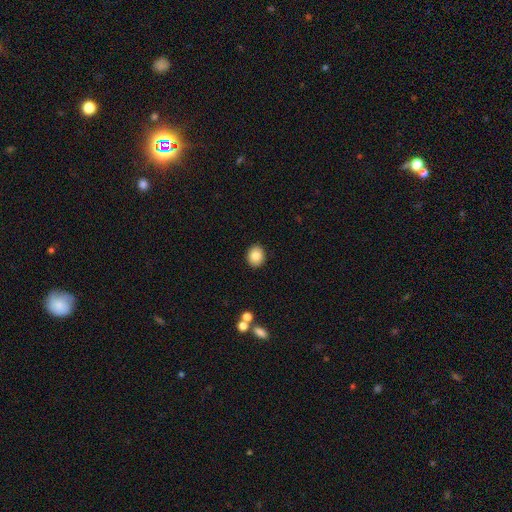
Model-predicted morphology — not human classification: smooth_or_featured: smooth (p=0.85) [alt: star or artifact p=0.09]
how_rounded: round (p=0.66) [alt: in between p=0.33]
merging: none (p=0.90) [alt: minor disturbance p=0.06]